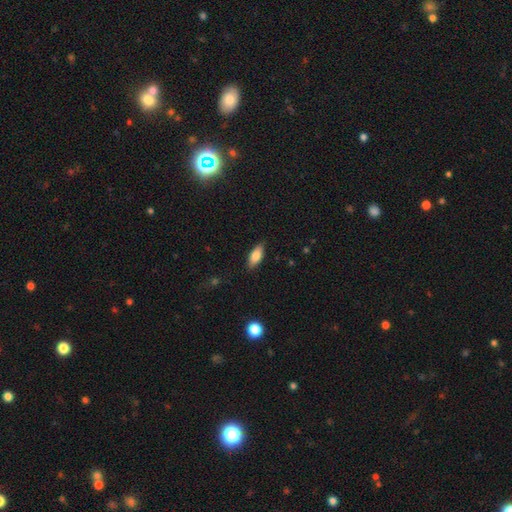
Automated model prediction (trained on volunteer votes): smooth_or_featured: smooth (p=0.79) [alt: featured or disk p=0.14]
how_rounded: in between (p=0.79) [alt: cigar-shaped p=0.19]
merging: none (p=0.84) [alt: minor disturbance p=0.12]